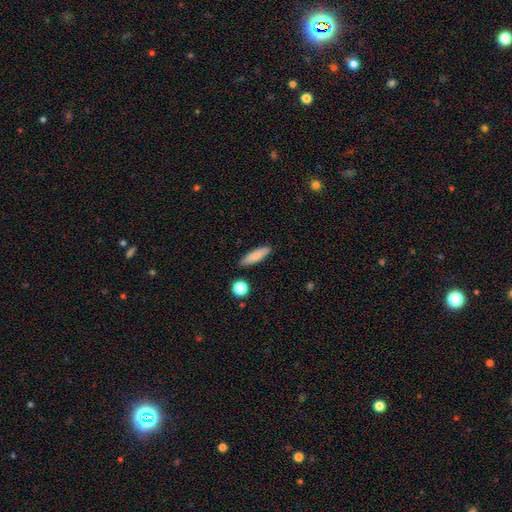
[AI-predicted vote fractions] Smooth or featured? smooth (84%)
How rounded? cigar-shaped (61%)
Merging? none (88%)